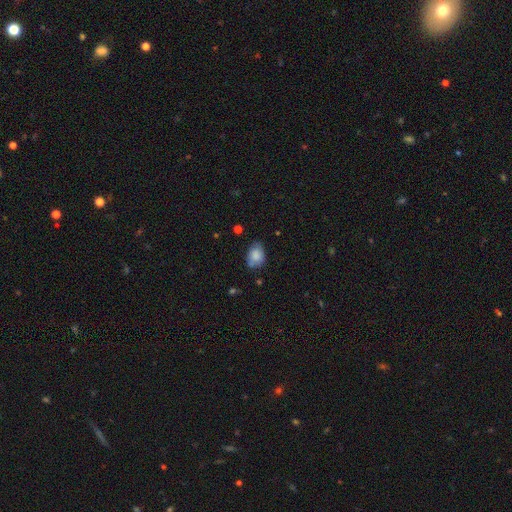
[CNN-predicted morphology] smooth 82%, featured or disk 9%, star or artifact 9%. Down the decision tree: how rounded — in between (73%); merging — none (63%).